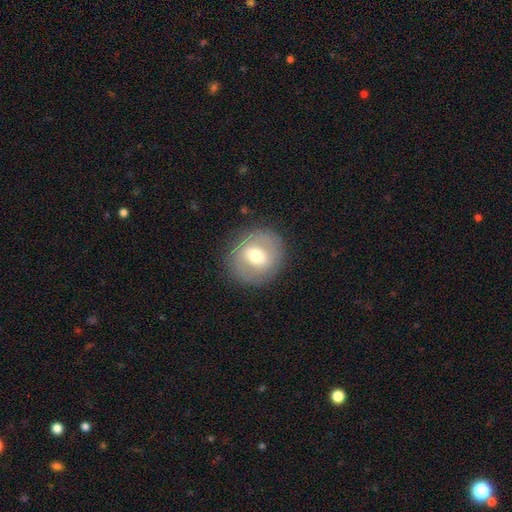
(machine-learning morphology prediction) Q: Smooth or featured?
A: smooth (52%); runner-up: featured or disk (39%)
Q: How rounded?
A: round (87%); runner-up: in between (12%)
Q: Merging?
A: none (85%); runner-up: minor disturbance (10%)